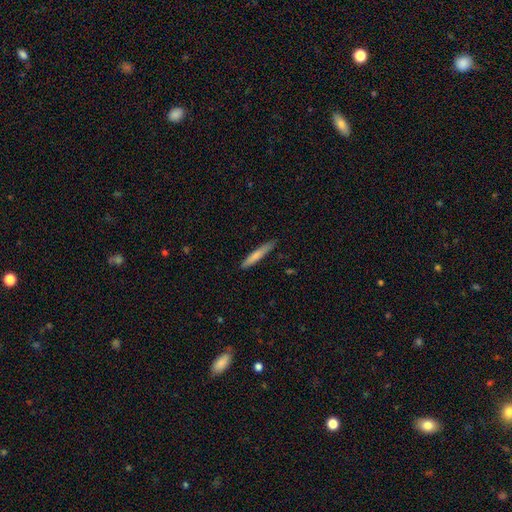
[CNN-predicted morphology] Smooth or featured? smooth (73%)
How rounded? cigar-shaped (94%)
Merging? none (83%)